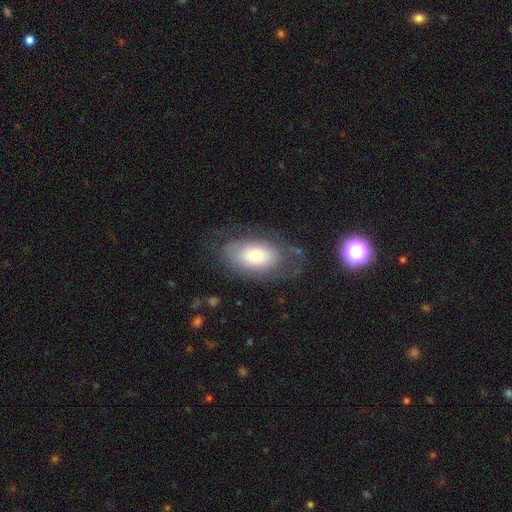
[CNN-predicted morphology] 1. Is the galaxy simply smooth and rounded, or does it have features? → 57% smooth, 35% featured or disk, 8% star or artifact.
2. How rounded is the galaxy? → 92% in between, 6% round, 2% cigar-shaped.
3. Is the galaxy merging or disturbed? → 66% none, 19% minor disturbance, 13% major disturbance, 2% merger.